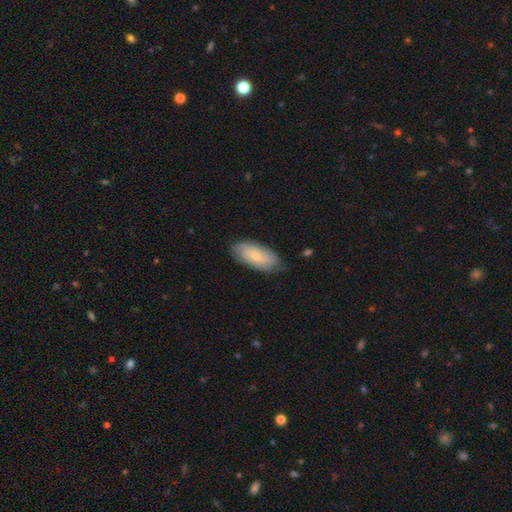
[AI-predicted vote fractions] A smooth galaxy with no disk features (49%). Merging: none (77%).